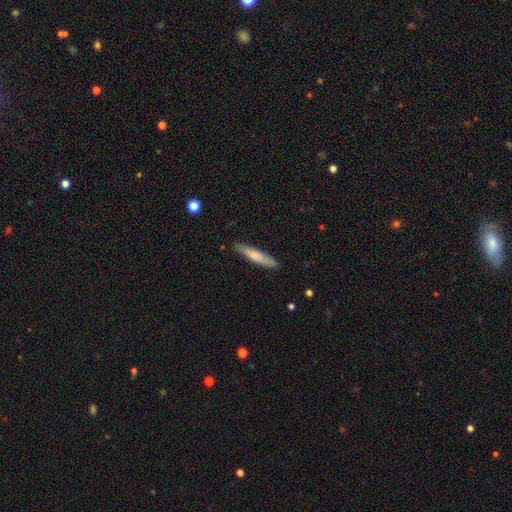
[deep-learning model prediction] smooth 69%, featured or disk 25%, star or artifact 5%. Down the decision tree: how rounded — cigar-shaped (90%); merging — none (87%).